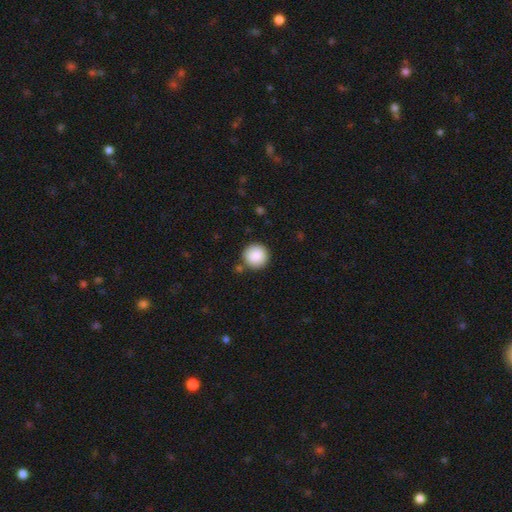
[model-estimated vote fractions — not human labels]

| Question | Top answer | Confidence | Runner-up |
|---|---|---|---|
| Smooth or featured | smooth | 89% | star or artifact (7%) |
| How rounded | round | 95% | in between (4%) |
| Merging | none | 87% | minor disturbance (7%) |